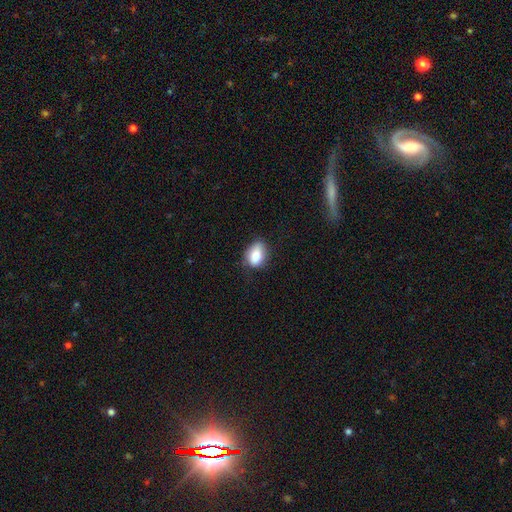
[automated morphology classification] Smooth or featured: smooth — 82% (featured or disk — 10%)
How rounded: in between — 76% (round — 23%)
Merging: none — 68% (minor disturbance — 25%)